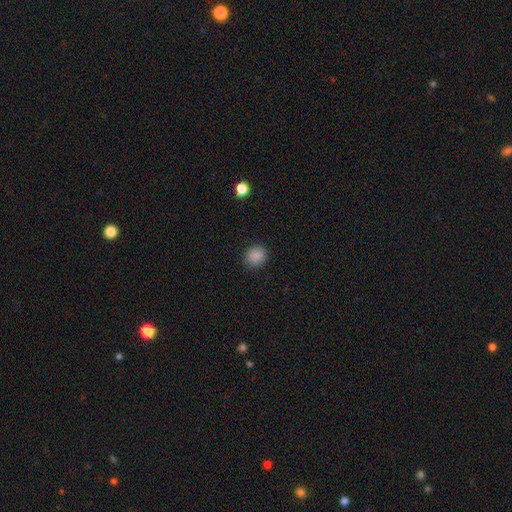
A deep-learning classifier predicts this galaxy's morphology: This is clearly a smooth galaxy (87%). How rounded: clearly round (82%). Merging: clearly none (90%).